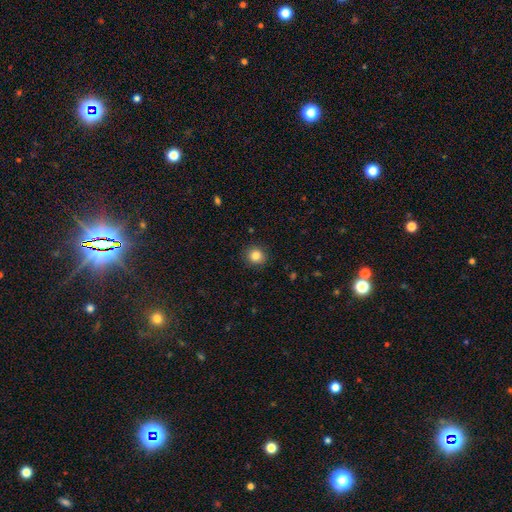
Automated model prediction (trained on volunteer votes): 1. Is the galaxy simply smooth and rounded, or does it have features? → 84% smooth, 11% star or artifact, 5% featured or disk.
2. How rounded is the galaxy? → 89% round, 10% in between, 1% cigar-shaped.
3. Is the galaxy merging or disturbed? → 91% none, 6% minor disturbance, 2% major disturbance, 1% merger.